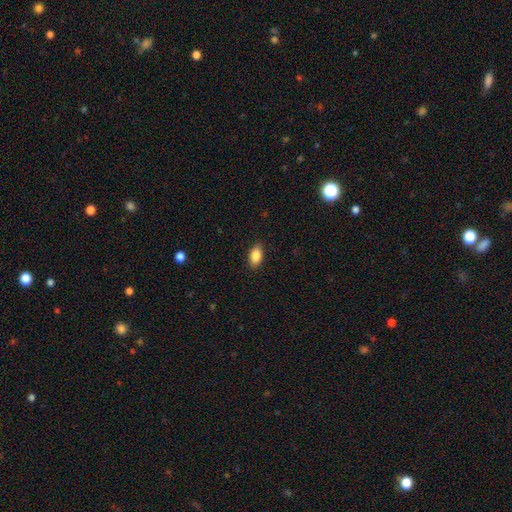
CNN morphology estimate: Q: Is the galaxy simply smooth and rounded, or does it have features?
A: smooth — 87%.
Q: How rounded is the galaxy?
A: in between — 90%.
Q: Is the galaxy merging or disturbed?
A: none — 87%.